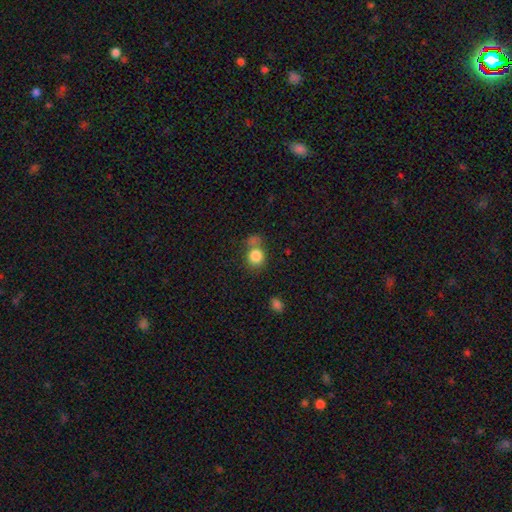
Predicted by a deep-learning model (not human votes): This appears to be a smooth galaxy with no disk features (83%) that is round (77%). Merging: none (49%).